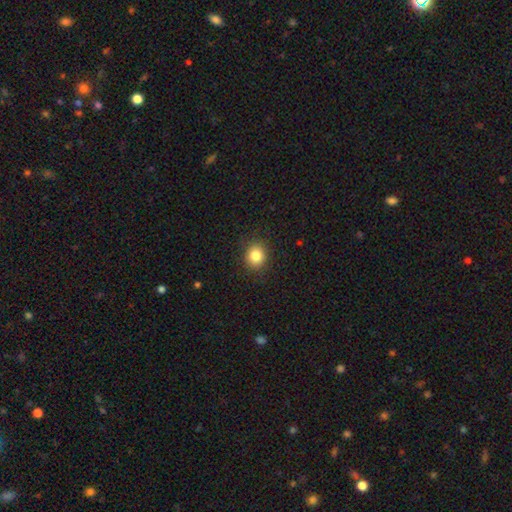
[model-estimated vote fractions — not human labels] Q: Smooth or featured?
A: smooth (83%); runner-up: star or artifact (11%)
Q: How rounded?
A: round (75%); runner-up: in between (24%)
Q: Merging?
A: none (89%); runner-up: minor disturbance (8%)